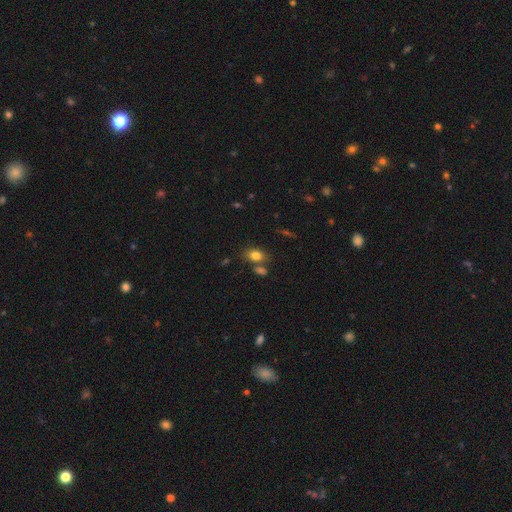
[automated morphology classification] smooth_or_featured: smooth (p=0.80) [alt: star or artifact p=0.11]
how_rounded: in between (p=0.76) [alt: round p=0.22]
merging: none (p=0.65) [alt: merger p=0.17]